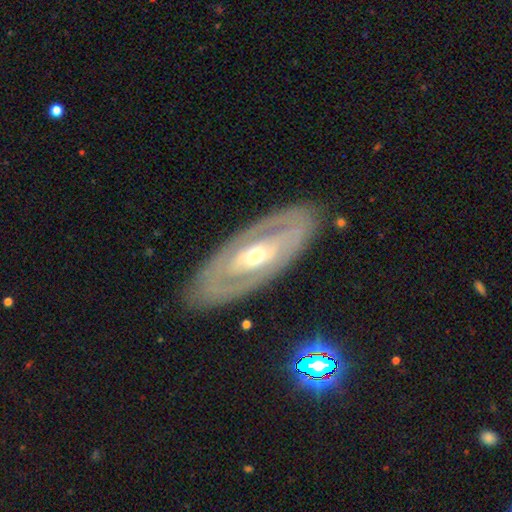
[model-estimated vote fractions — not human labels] A featured or disk galaxy (81%) with no bar (56%), spiral arms (64%) and a moderate central bulge (61%).

Vote fractions:
- Smooth or featured? featured or disk: 81% / smooth: 14% / star or artifact: 4%
- Edge-on disk? no: 87% / yes: 13%
- Bar? no: 56% / weak: 27% / strong: 17%
- Spiral arms? yes: 64% / no: 36%
- Bulge size? moderate: 61% / small: 32% / large: 5% / dominant: 1% / none: 1%
- Merging? none: 84% / minor disturbance: 11% / major disturbance: 4% / merger: 1%